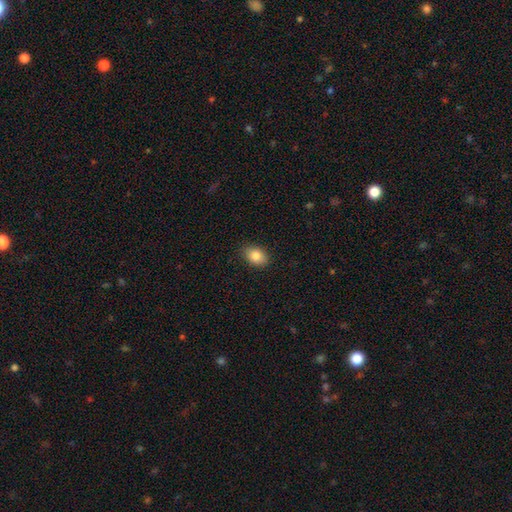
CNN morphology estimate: This is clearly a smooth galaxy (84%). How rounded: clearly in between (81%). Merging: clearly none (88%).